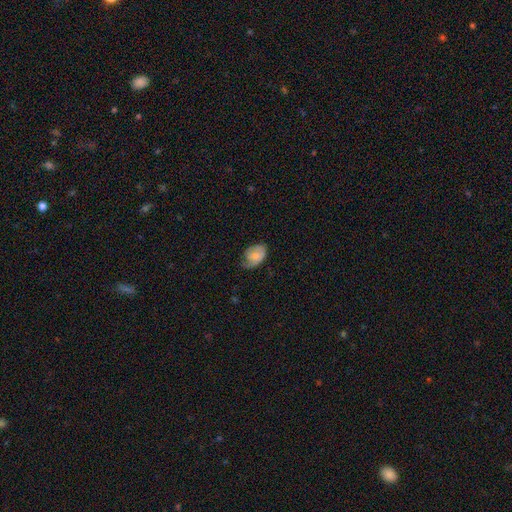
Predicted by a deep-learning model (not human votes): smooth_or_featured: smooth (p=0.59) [alt: featured or disk p=0.34]
how_rounded: in between (p=0.81) [alt: round p=0.17]
merging: none (p=0.46) [alt: minor disturbance p=0.37]